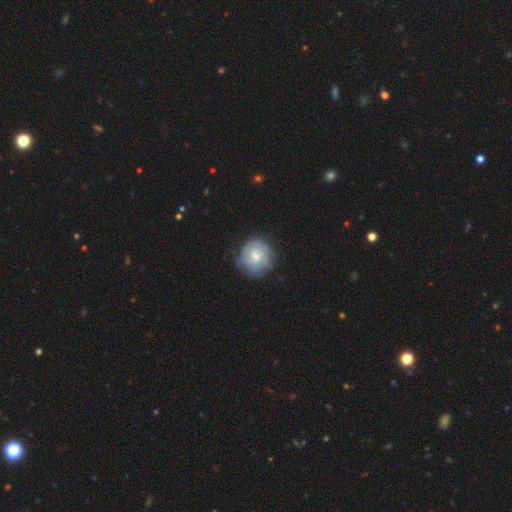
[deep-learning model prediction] Morphology: type=featured or disk (57%); edge-on=no (98%); bar=no (60%); spiral arms=yes (82%); bulge=moderate (46%); merging=none (73%).